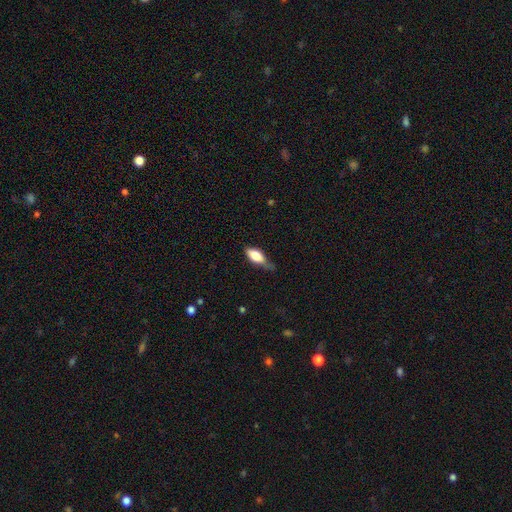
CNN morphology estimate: A smooth galaxy with no disk features (77%) that is in between round and cigar-shaped (83%). Merging: minor disturbance (44%).